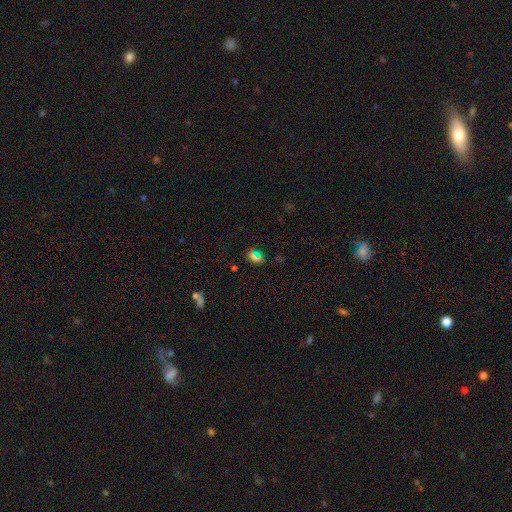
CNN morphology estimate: Overall: smooth (53%; star or artifact 34%). How rounded: in between (64%; round 30%). Merging: none (74%).